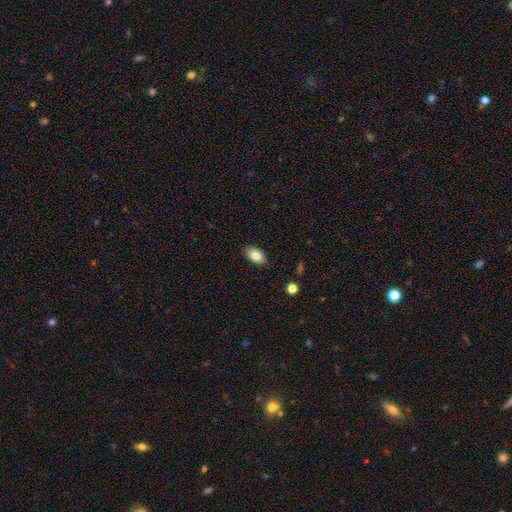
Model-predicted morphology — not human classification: Q: Smooth or featured?
A: smooth (84%); runner-up: featured or disk (9%)
Q: How rounded?
A: in between (92%); runner-up: round (6%)
Q: Merging?
A: none (87%); runner-up: minor disturbance (10%)